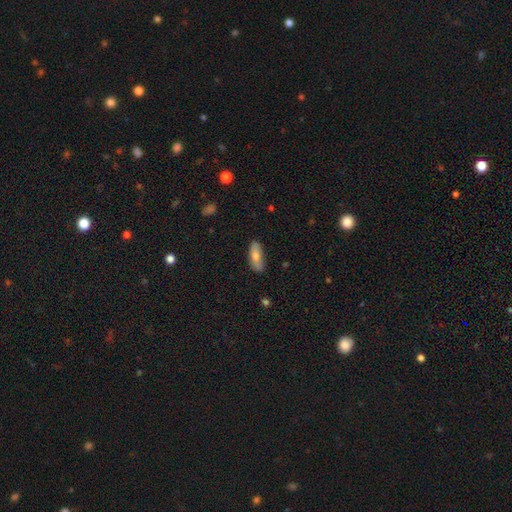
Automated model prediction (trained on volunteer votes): smooth-or-featured: smooth: 74% | featured or disk: 20% | star or artifact: 6%
  how-rounded: in between: 72% | cigar-shaped: 25% | round: 2%
  merging: none: 80% | minor disturbance: 16% | major disturbance: 3% | merger: 1%